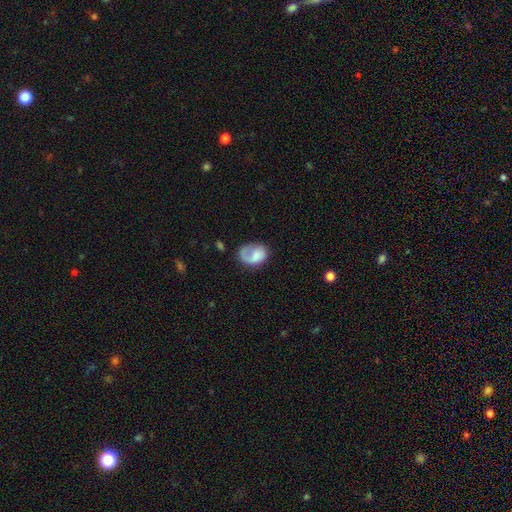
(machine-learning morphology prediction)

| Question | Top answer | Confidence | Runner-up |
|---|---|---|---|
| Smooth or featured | smooth | 52% | featured or disk (40%) |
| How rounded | in between | 73% | round (25%) |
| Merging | none | 43% | major disturbance (30%) |